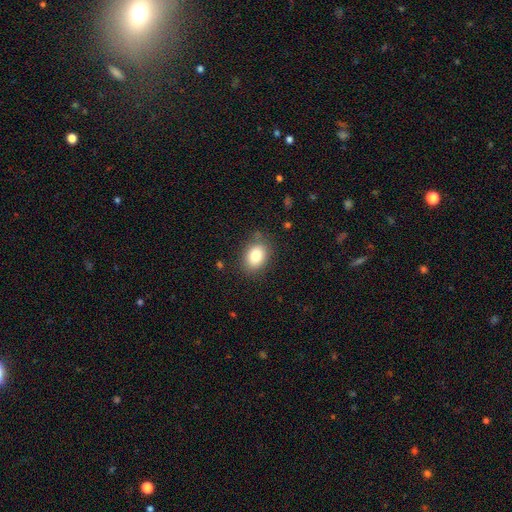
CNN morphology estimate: A smooth galaxy with no disk features (82%) that is in between round and cigar-shaped (70%). Merging: none (81%).